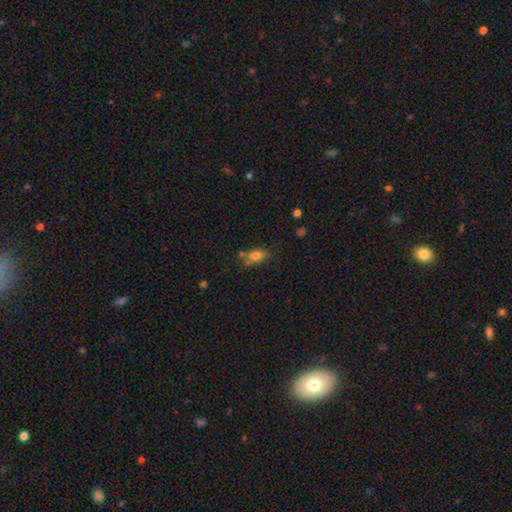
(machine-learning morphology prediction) The model was most divided on "merging": none: 57%, minor disturbance: 21%, merger: 15%, major disturbance: 6%. More confident: how rounded — in between (81%); smooth or featured — smooth (77%).